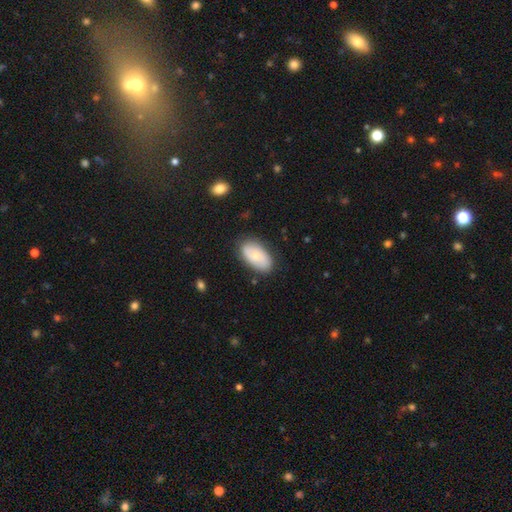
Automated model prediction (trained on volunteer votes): smooth 64%, featured or disk 30%, star or artifact 6%. Down the decision tree: how rounded — in between (94%); merging — none (80%).